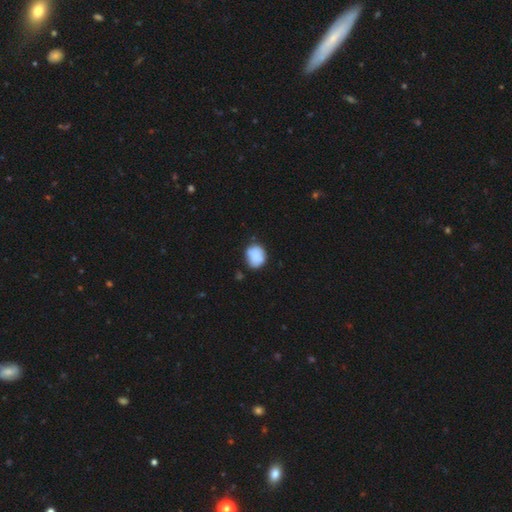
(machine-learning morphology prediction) A smooth galaxy with no disk features (84%) that is round (56%).

Vote fractions:
- Smooth or featured? smooth: 84% / star or artifact: 8% / featured or disk: 8%
- How rounded? round: 56% / in between: 43% / cigar-shaped: 1%
- Merging? none: 63% / minor disturbance: 27% / major disturbance: 5% / merger: 4%